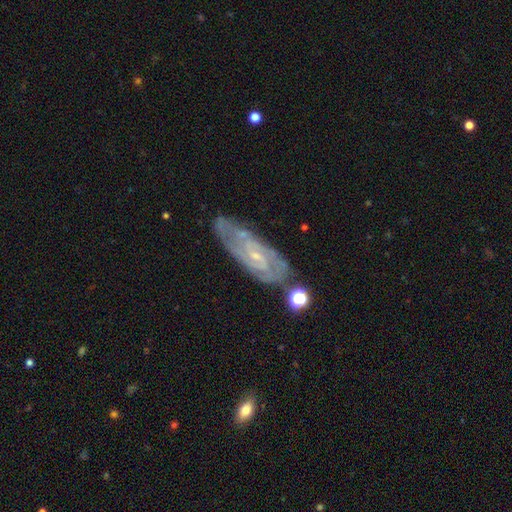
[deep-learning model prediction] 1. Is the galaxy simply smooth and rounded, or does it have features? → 80% featured or disk, 13% smooth, 7% star or artifact.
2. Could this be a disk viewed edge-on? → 87% no, 13% yes.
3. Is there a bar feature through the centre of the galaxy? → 51% no, 39% weak, 11% strong.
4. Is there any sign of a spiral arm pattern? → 90% yes, 10% no.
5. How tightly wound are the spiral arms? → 56% tight, 35% medium, 10% loose.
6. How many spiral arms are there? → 40% 2, 37% can't tell, 11% 3, 5% 4, 4% 1, 3% more than 4.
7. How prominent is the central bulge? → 78% small, 15% moderate, 5% none, 1% large, 1% dominant.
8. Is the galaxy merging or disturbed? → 65% none, 21% minor disturbance, 8% major disturbance, 5% merger.